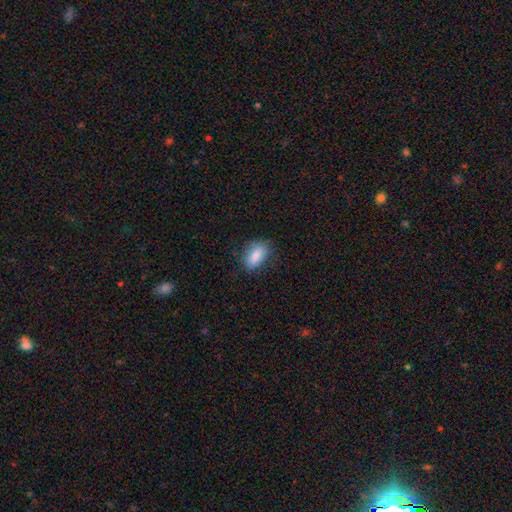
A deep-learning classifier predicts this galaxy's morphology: type=smooth (85%); roundness=in between (89%); merging=none (78%).